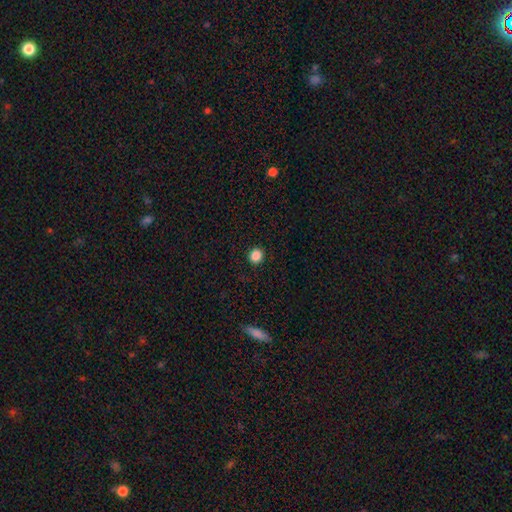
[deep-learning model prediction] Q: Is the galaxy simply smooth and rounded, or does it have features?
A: smooth — 87%.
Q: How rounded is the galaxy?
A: round — 90%.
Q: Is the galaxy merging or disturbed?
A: none — 93%.